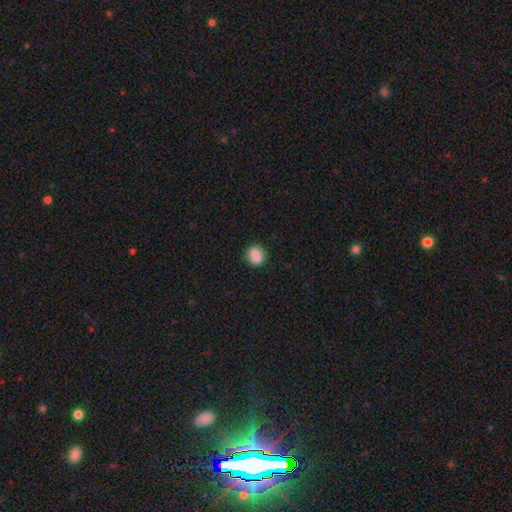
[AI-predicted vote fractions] A smooth galaxy with no disk features (84%) that is round (56%). Merging: none (84%).